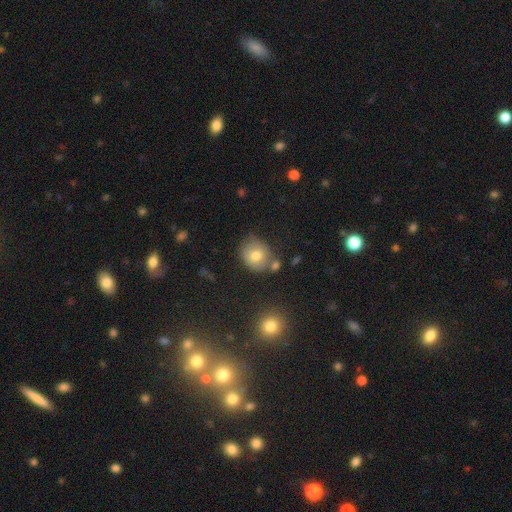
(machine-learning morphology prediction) Q: Smooth or featured?
A: smooth (74%); runner-up: featured or disk (16%)
Q: How rounded?
A: round (67%); runner-up: in between (32%)
Q: Merging?
A: none (59%); runner-up: minor disturbance (21%)